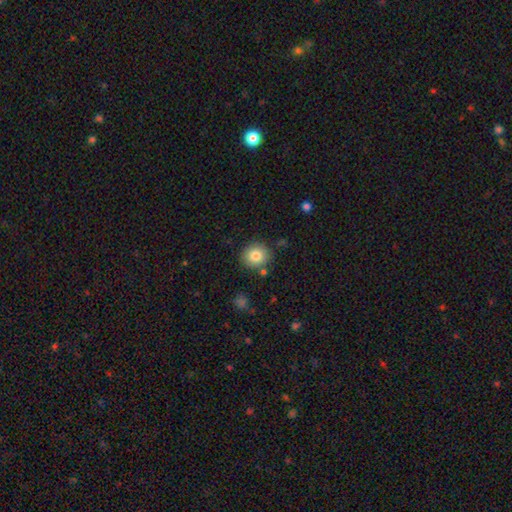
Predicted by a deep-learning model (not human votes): Smooth or featured? Predicted: smooth (p=0.83). How rounded? Predicted: round (p=0.86). Merging? Predicted: none (p=0.85).